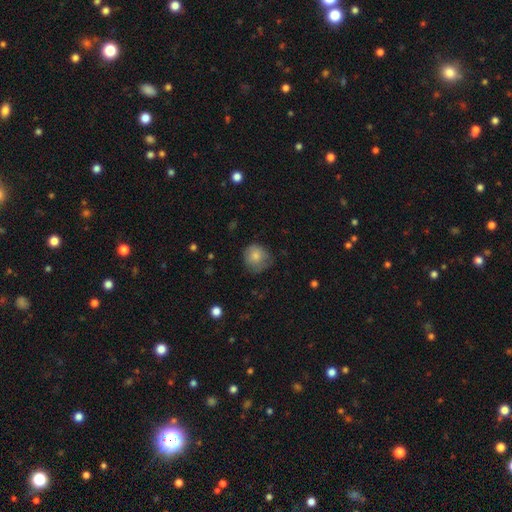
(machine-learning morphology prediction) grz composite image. It shows a smooth galaxy with no disk features (80%) that is round (87%). Merging: none (64%).